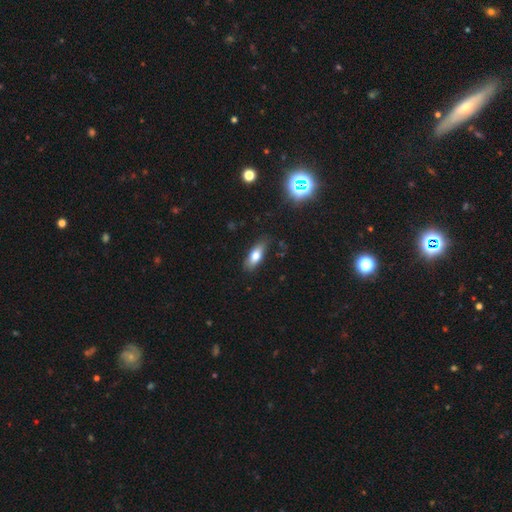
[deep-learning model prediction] Smooth or featured? Predicted: smooth (p=0.71). How rounded? Predicted: in between (p=0.72). Merging? Predicted: none (p=0.80).